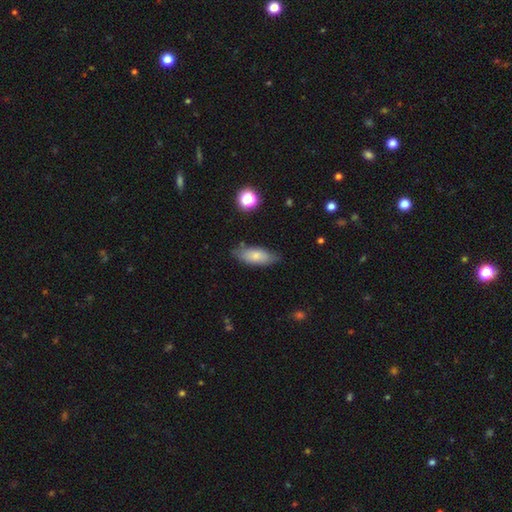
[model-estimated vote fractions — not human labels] A smooth galaxy with no disk features (74%) that is in between round and cigar-shaped (81%). Merging: none (73%).